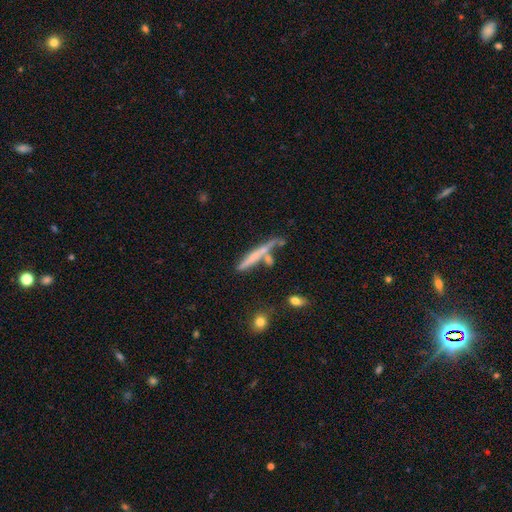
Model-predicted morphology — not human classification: type=featured or disk (46%); merging=none (55%).